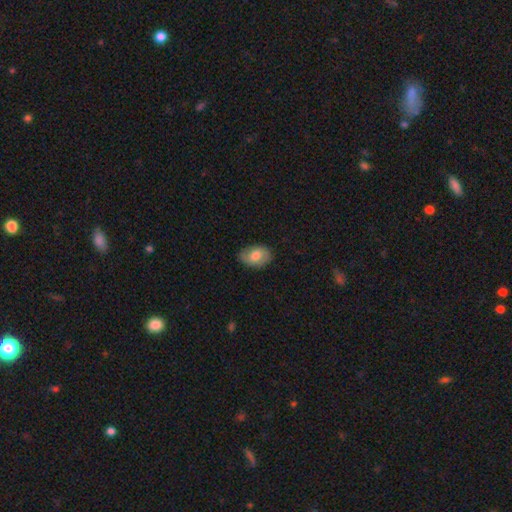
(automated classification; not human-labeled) A smooth galaxy with no disk features (68%) that is in between round and cigar-shaped (84%).

Vote fractions:
- Smooth or featured? smooth: 68% / featured or disk: 25% / star or artifact: 7%
- How rounded? in between: 84% / round: 14% / cigar-shaped: 1%
- Merging? none: 77% / minor disturbance: 18% / major disturbance: 4% / merger: 1%